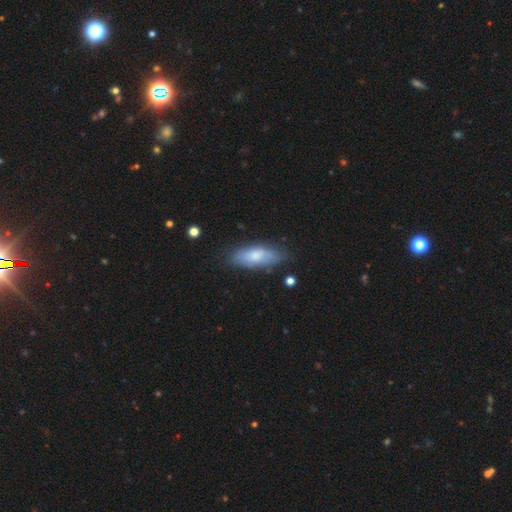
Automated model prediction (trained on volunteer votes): Morphology: type=smooth (71%); roundness=in between (72%); merging=none (72%).